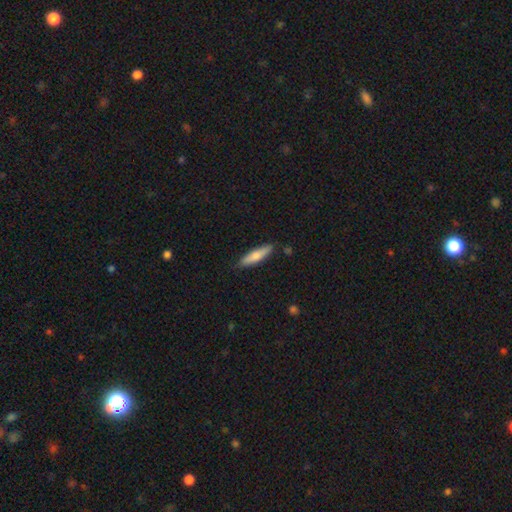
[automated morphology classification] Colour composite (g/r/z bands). It shows a smooth galaxy with no disk features (72%) that is cigar-shaped (74%). Merging: none (85%).